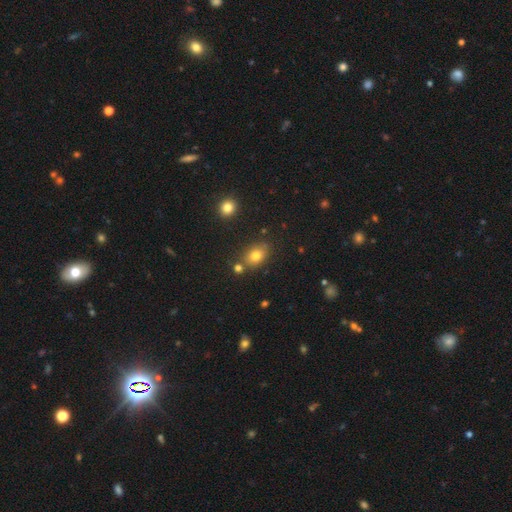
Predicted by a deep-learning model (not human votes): This is likely a smooth galaxy (79%). How rounded: likely in between (74%). Merging: likely none (74%).